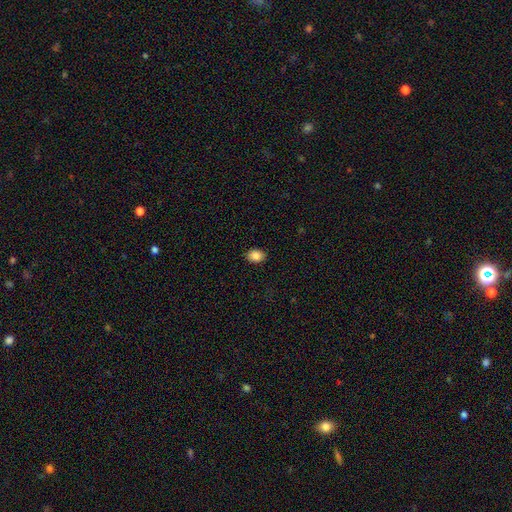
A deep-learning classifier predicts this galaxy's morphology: The model was most divided on "how rounded": in between: 71%, round: 28%, cigar-shaped: 1%. More confident: merging — none (89%); smooth or featured — smooth (86%).